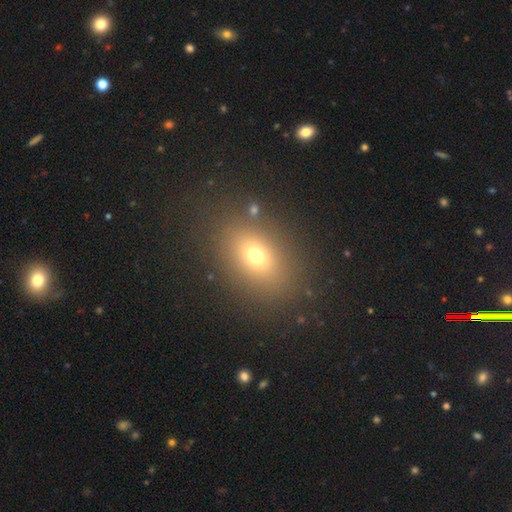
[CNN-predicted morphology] Smooth or featured? Predicted: smooth (p=0.69). How rounded? Predicted: in between (p=0.71). Merging? Predicted: none (p=0.83).